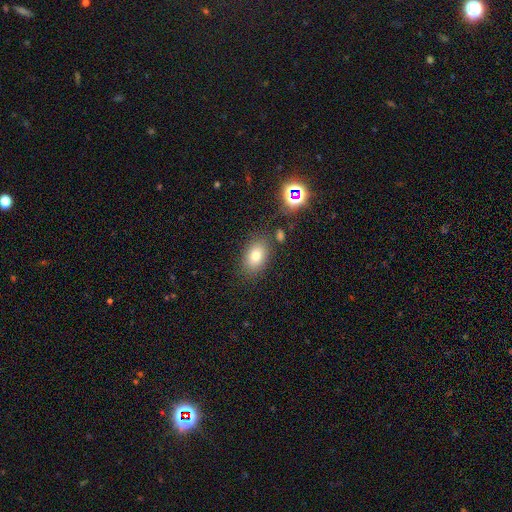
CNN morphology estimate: smooth 77%, star or artifact 12%, featured or disk 11%. Down the decision tree: how rounded — in between (82%); merging — none (80%).